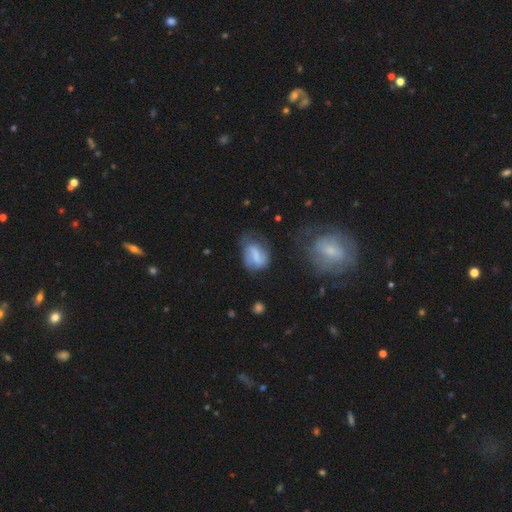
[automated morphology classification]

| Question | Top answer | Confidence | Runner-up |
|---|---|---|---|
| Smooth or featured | smooth | 51% | featured or disk (40%) |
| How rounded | in between | 73% | round (23%) |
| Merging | none | 46% | minor disturbance (30%) |